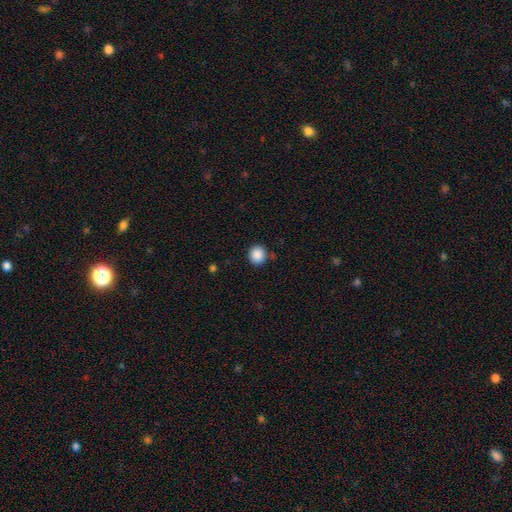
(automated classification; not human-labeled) A smooth galaxy with no disk features (88%) that is round (89%). Merging: none (88%).